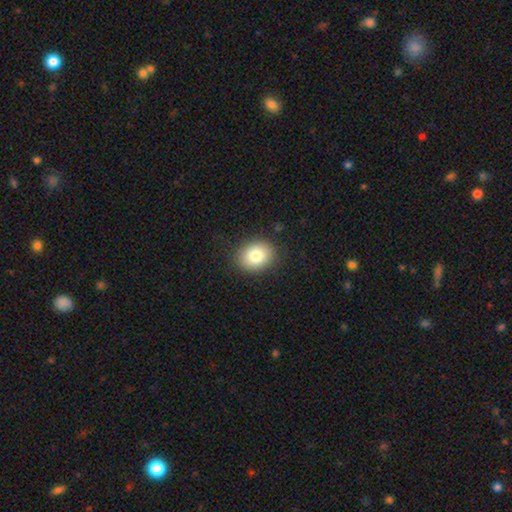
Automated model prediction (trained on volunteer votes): smooth-or-featured: smooth: 82% | star or artifact: 9% | featured or disk: 9%
  how-rounded: round: 50% | in between: 49% | cigar-shaped: 1%
  merging: none: 88% | minor disturbance: 8% | major disturbance: 3% | merger: 1%